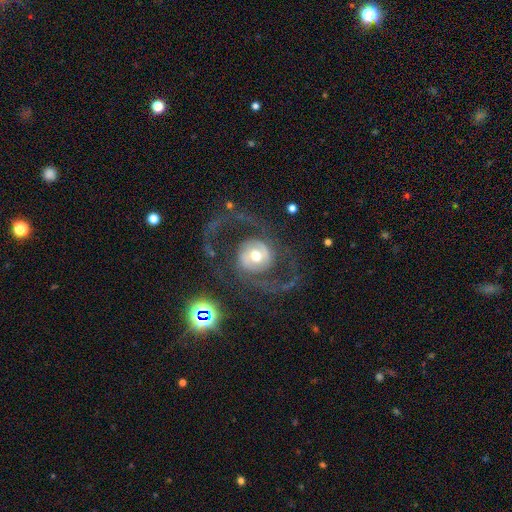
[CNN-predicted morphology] featured or disk 80%, smooth 13%, star or artifact 6%. Down the decision tree: edge-on disk — no (97%); bar — no (58%); spiral arms — yes (85%); spiral arm count — 2 (82%); spiral winding — medium (45%); bulge size — moderate (68%); merging — none (65%).